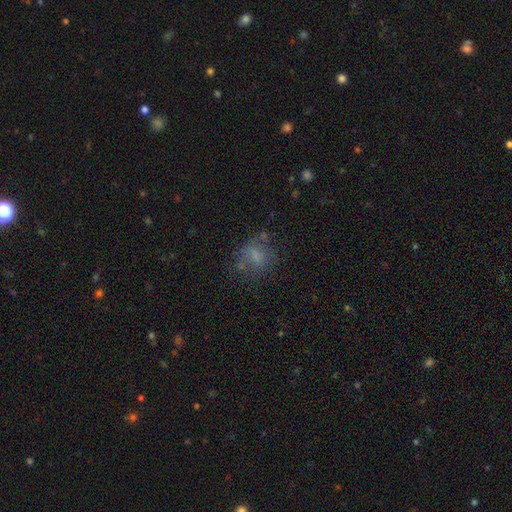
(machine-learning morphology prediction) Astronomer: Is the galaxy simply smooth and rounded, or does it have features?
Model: smooth — 63%.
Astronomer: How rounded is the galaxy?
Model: round — 54% (runner-up: in between, 44%).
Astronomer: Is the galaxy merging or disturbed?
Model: none — 52%.